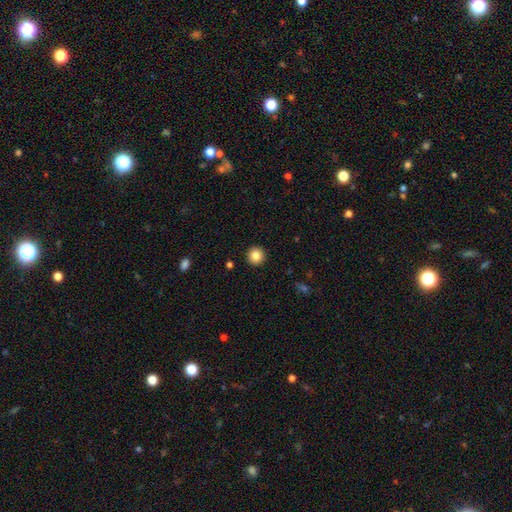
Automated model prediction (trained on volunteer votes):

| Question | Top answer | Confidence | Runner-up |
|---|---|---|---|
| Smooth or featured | smooth | 85% | star or artifact (10%) |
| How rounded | round | 95% | in between (4%) |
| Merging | none | 93% | minor disturbance (5%) |